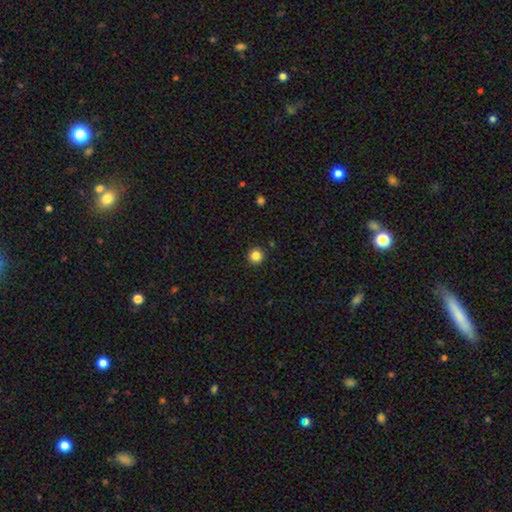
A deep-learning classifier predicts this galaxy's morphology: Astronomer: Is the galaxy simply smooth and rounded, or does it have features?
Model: smooth — 85%.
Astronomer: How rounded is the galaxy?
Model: round — 95%.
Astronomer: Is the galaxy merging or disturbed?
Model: none — 93%.